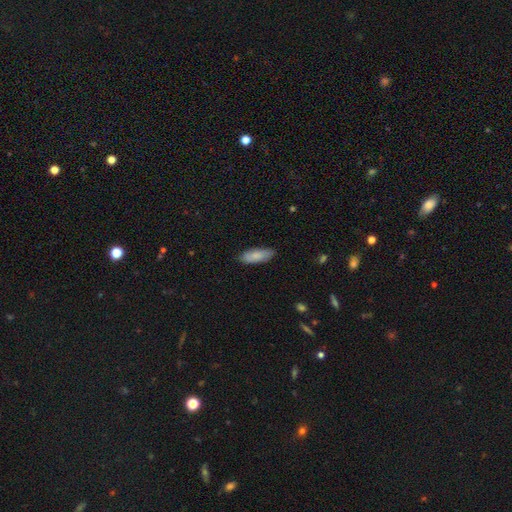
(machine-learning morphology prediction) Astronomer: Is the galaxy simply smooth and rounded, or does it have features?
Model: smooth — 80%.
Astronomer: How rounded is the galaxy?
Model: in between — 73%.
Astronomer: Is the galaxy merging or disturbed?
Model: none — 84%.